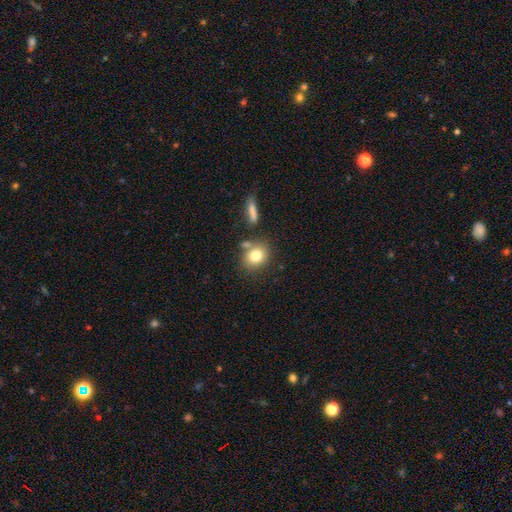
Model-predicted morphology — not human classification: Smooth or featured? smooth (79%)
How rounded? round (62%)
Merging? none (68%)